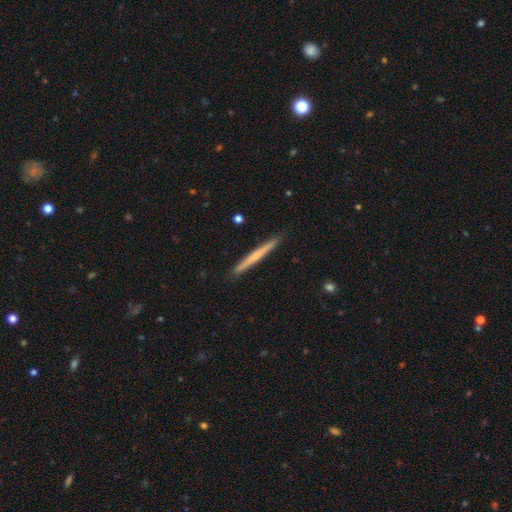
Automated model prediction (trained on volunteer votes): Smooth or featured? smooth (51%)
How rounded? cigar-shaped (97%)
Merging? none (92%)